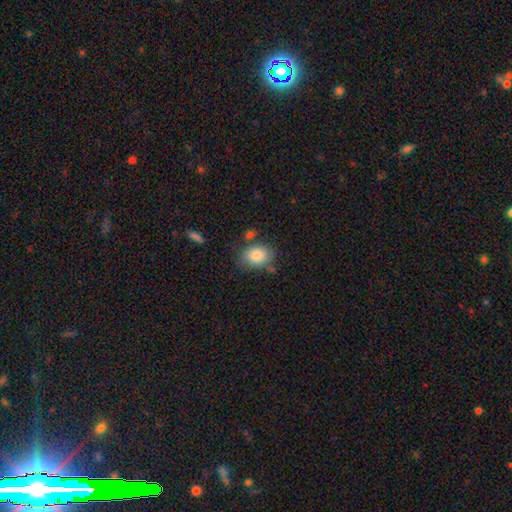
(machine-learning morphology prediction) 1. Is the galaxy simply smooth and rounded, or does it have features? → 85% smooth, 8% star or artifact, 7% featured or disk.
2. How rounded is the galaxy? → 66% in between, 33% round, 1% cigar-shaped.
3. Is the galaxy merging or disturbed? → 68% none, 18% minor disturbance, 8% merger, 6% major disturbance.